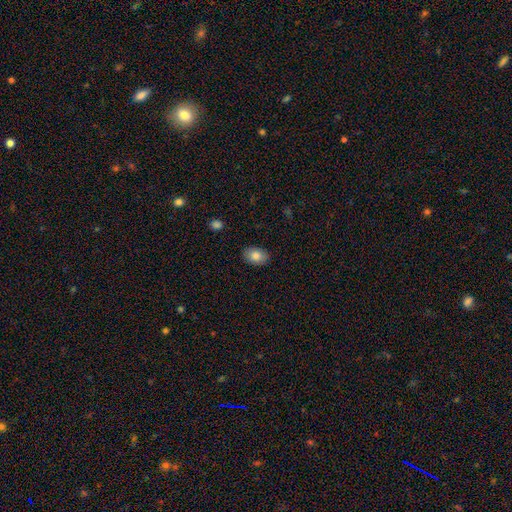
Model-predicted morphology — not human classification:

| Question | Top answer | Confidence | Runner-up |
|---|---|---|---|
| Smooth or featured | smooth | 83% | featured or disk (9%) |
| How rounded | in between | 84% | round (15%) |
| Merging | none | 88% | minor disturbance (9%) |